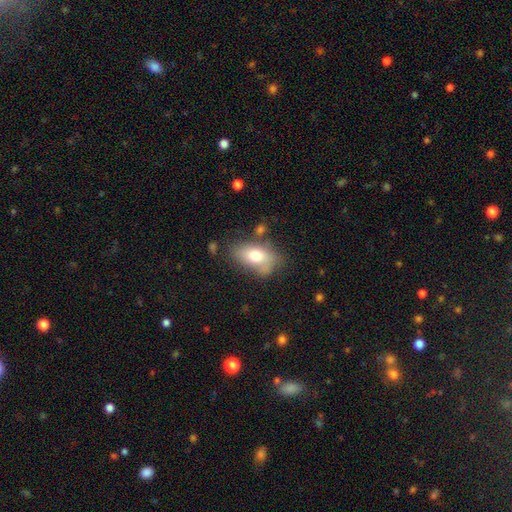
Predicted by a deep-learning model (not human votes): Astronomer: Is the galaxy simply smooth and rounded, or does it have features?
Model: smooth — 72%.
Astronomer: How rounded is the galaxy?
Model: in between — 89%.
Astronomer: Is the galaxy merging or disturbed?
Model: none — 59%.